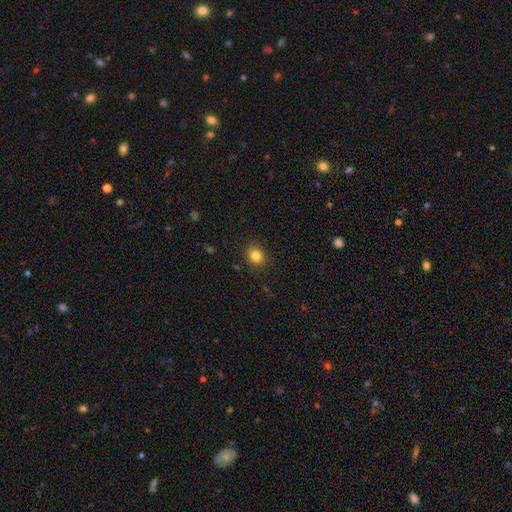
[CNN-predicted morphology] Smooth or featured? smooth (83%)
How rounded? round (67%)
Merging? none (89%)